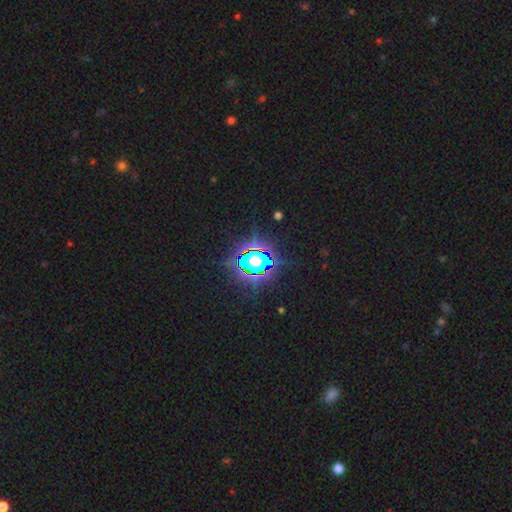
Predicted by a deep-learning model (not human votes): star or artifact 81%, smooth 12%, featured or disk 7%.